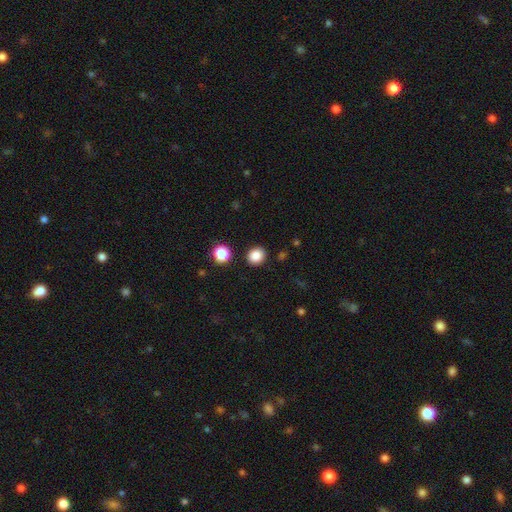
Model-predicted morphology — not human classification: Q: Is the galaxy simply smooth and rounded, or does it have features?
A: smooth — 85%.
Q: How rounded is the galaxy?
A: round — 82%.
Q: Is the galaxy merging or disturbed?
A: none — 89%.